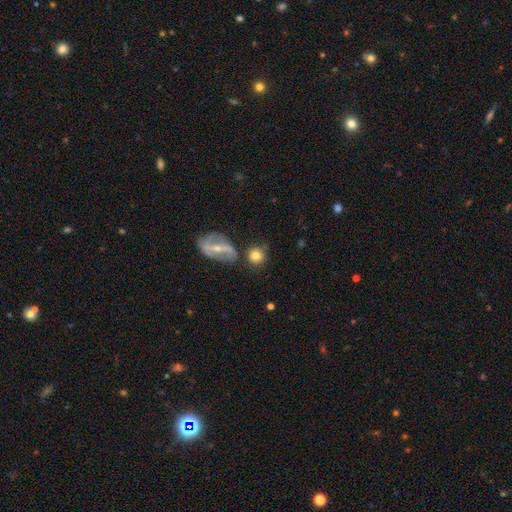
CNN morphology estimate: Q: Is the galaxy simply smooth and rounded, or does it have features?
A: smooth — 69%.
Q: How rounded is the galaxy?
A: round — 87%.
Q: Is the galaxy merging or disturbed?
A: none — 69%.